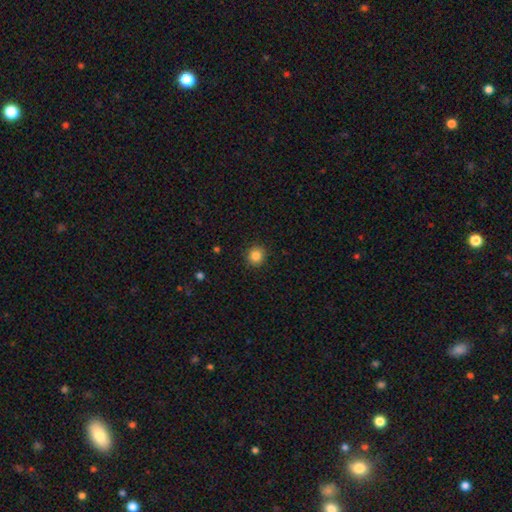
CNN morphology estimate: A smooth galaxy with no disk features (86%) that is round (89%).

Vote fractions:
- Smooth or featured? smooth: 86% / star or artifact: 11% / featured or disk: 4%
- How rounded? round: 89% / in between: 10% / cigar-shaped: 1%
- Merging? none: 90% / minor disturbance: 7% / major disturbance: 2% / merger: 1%